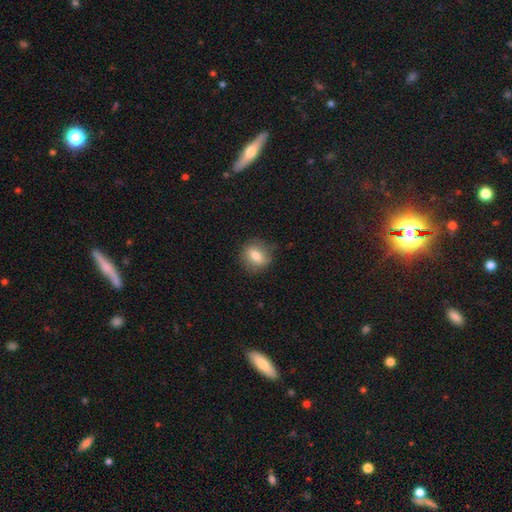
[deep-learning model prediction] The model was most divided on "how rounded": round: 52%, in between: 45%, cigar-shaped: 3%. More confident: merging — none (79%); smooth or featured — smooth (73%).